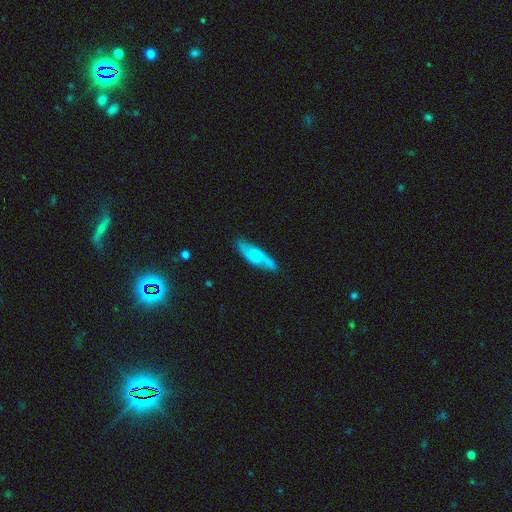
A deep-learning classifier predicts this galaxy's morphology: Smooth or featured? featured or disk (59%)
Edge-on disk? no (79%)
Merging? none (76%)